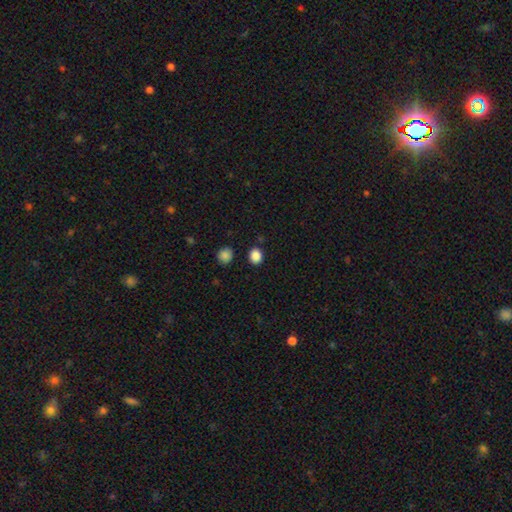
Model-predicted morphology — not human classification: This is clearly a smooth galaxy (87%). How rounded: likely round (65%). Merging: clearly none (87%).